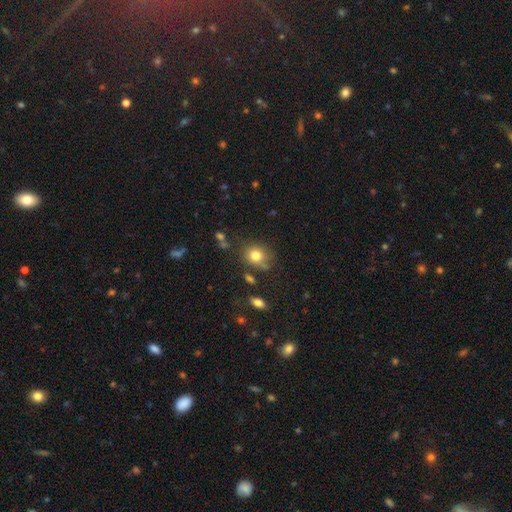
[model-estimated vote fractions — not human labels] Morphology: type=smooth (79%); roundness=round (70%); merging=none (71%).